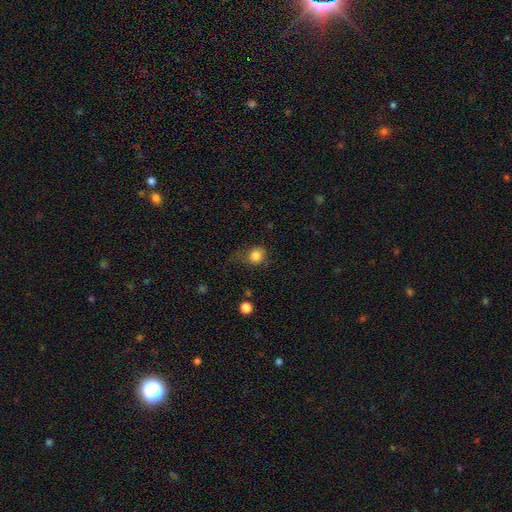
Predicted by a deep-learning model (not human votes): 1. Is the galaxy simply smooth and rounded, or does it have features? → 83% smooth, 11% star or artifact, 6% featured or disk.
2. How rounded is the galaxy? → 81% round, 18% in between, 1% cigar-shaped.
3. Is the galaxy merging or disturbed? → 58% none, 27% minor disturbance, 13% major disturbance, 2% merger.